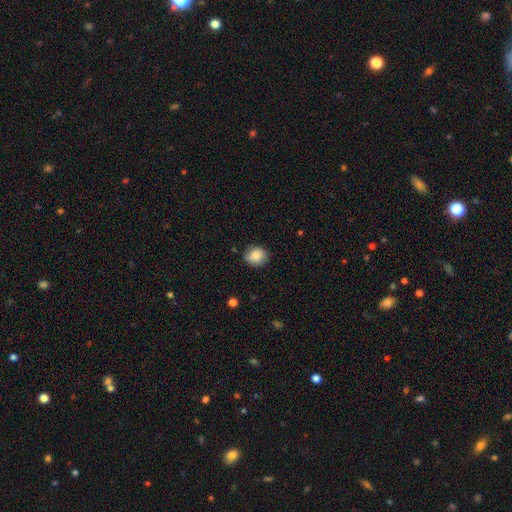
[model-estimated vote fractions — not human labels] Smooth or featured? smooth (84%)
How rounded? round (68%)
Merging? none (78%)